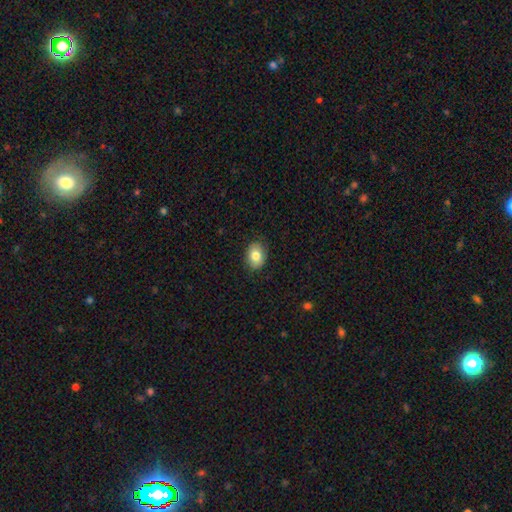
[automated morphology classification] Overall: smooth (80%). How rounded: in between (71%). Merging: none (86%).